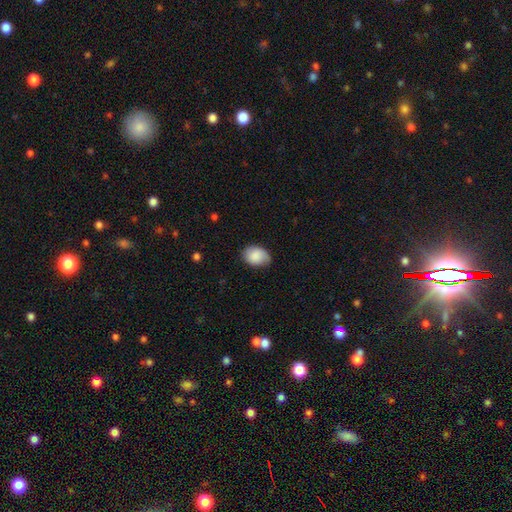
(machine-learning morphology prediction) This appears to be a smooth galaxy with no disk features (84%) that is in between round and cigar-shaped (72%). Merging: none (68%).